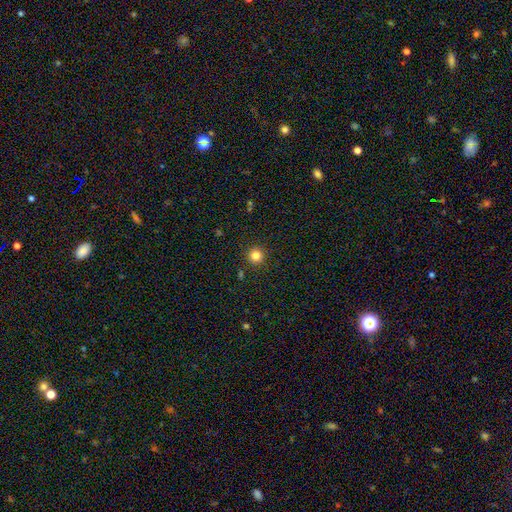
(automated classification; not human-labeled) smooth-or-featured: smooth: 82% | star or artifact: 13% | featured or disk: 5%
  how-rounded: round: 95% | in between: 4% | cigar-shaped: 1%
  merging: none: 91% | minor disturbance: 5% | major disturbance: 2% | merger: 2%